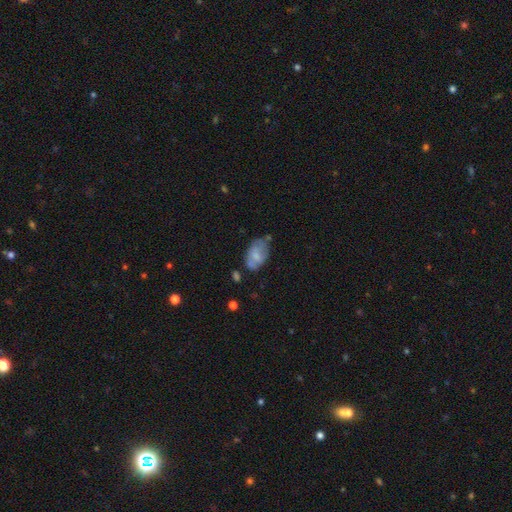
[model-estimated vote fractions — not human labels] Smooth or featured? Predicted: smooth (p=0.62). How rounded? Predicted: in between (p=0.91). Merging? Predicted: none (p=0.46).